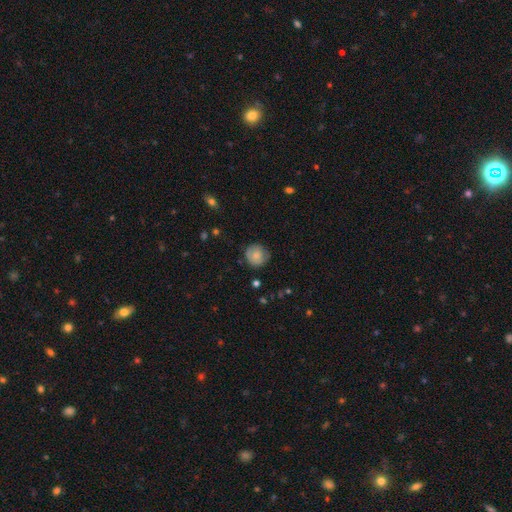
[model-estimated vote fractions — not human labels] This appears to be a smooth galaxy with no disk features (71%) that is round (91%). Merging: none (76%).